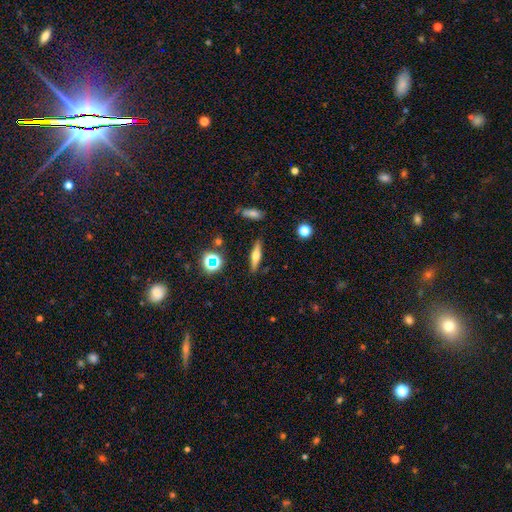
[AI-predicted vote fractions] Smooth or featured? featured or disk (53%)
Edge-on disk? yes (93%)
Merging? none (87%)